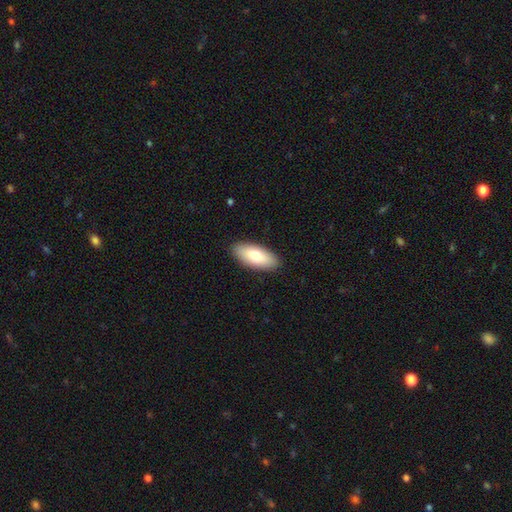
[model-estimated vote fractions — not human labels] smooth-or-featured: smooth: 76% | featured or disk: 18% | star or artifact: 6%
  how-rounded: in between: 85% | cigar-shaped: 13% | round: 2%
  merging: none: 90% | minor disturbance: 8% | major disturbance: 2% | merger: 1%